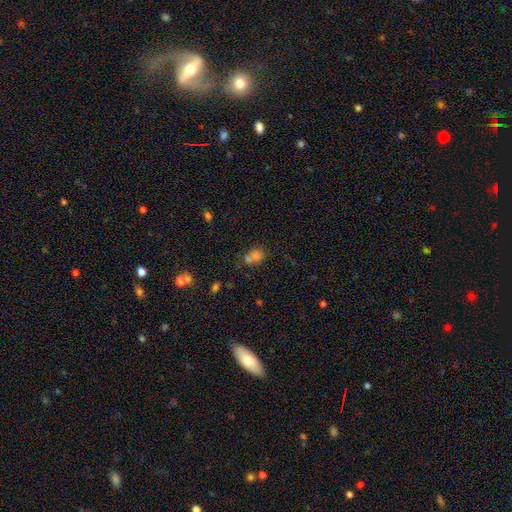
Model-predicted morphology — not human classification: Smooth or featured: smooth — 67% (star or artifact — 21%)
How rounded: round — 66% (in between — 32%)
Merging: merger — 45% (none — 41%)